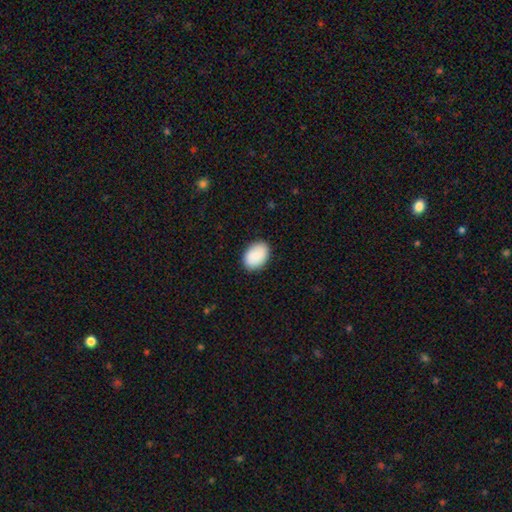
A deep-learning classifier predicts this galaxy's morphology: This is clearly a smooth galaxy (87%). How rounded: clearly in between (82%). Merging: clearly none (88%).